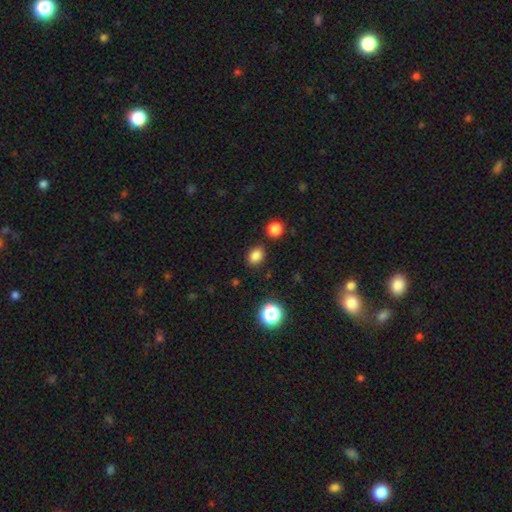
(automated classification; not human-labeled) Morphology: type=smooth (83%); roundness=in between (58%); merging=none (83%).